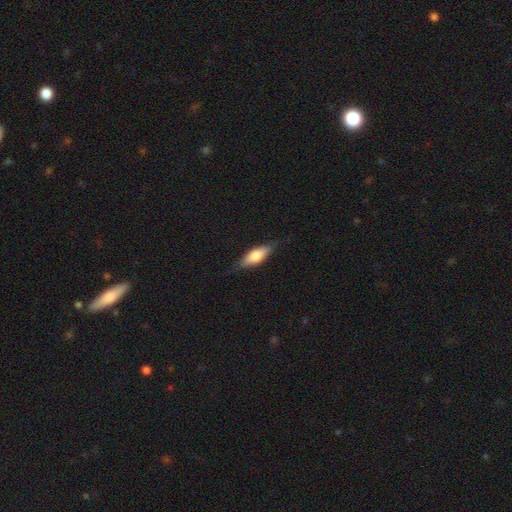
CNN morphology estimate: A smooth galaxy with no disk features (59%) that is in between round and cigar-shaped (65%).

Vote fractions:
- Smooth or featured? smooth: 59% / featured or disk: 35% / star or artifact: 6%
- How rounded? in between: 65% / cigar-shaped: 32% / round: 3%
- Merging? none: 79% / minor disturbance: 17% / major disturbance: 4% / merger: 1%